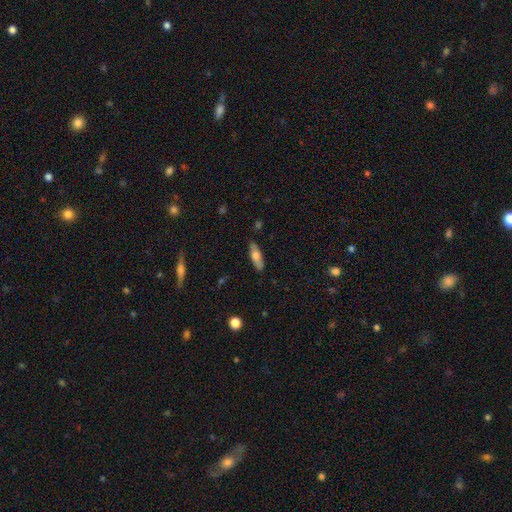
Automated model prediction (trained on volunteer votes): Smooth or featured?
  - smooth: 61% *
  - featured or disk: 33%
  - star or artifact: 6%
How rounded?
  - cigar-shaped: 51% *
  - in between: 47%
  - round: 3%
Merging?
  - none: 86% *
  - minor disturbance: 11%
  - major disturbance: 2%
  - merger: 1%